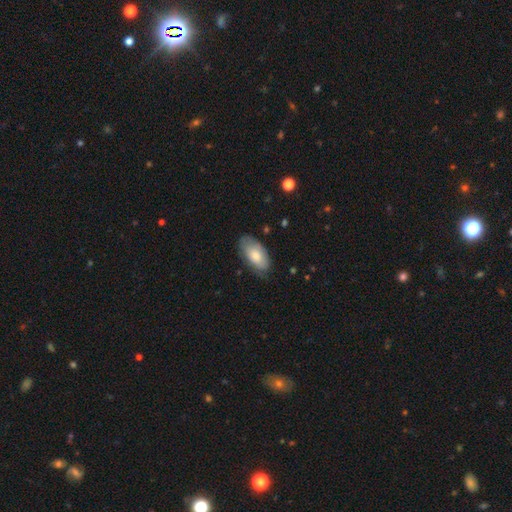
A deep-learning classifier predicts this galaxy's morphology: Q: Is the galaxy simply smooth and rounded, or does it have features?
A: smooth — 73%.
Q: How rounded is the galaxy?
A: in between — 94%.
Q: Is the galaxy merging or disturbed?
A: none — 73%.